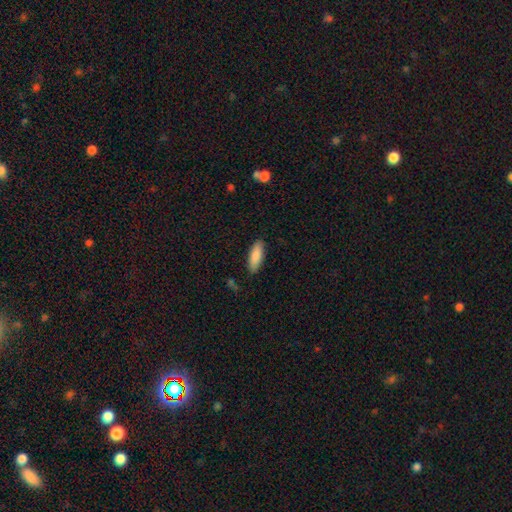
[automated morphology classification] This appears to be a smooth galaxy with no disk features (87%) that is in between round and cigar-shaped (63%). Merging: none (86%).